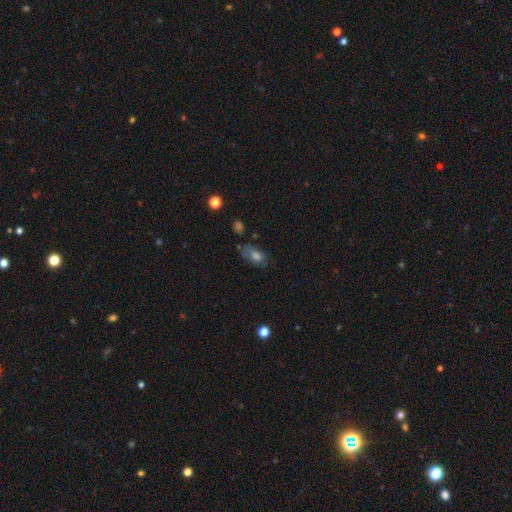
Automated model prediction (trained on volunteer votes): smooth_or_featured: smooth (p=0.60) [alt: featured or disk p=0.22]
how_rounded: in between (p=0.82) [alt: cigar-shaped p=0.09]
merging: none (p=0.59) [alt: minor disturbance p=0.25]